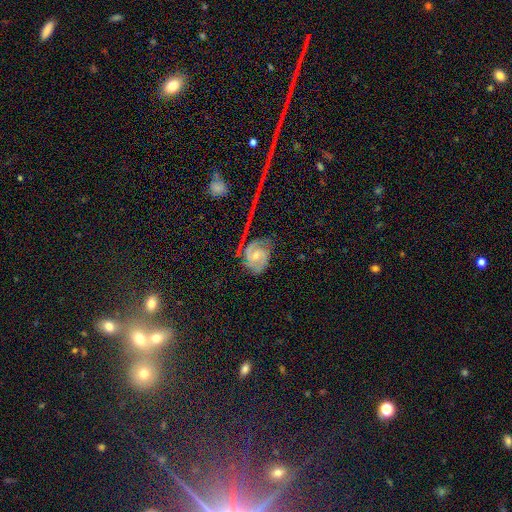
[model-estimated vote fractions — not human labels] This is clearly a featured or disk galaxy (83%). It is clearly not viewed edge-on (98%). Bar: possibly no (50%). Spiral arm pattern: clearly yes (97%). Spiral arm count: possibly 2 (60%). Spiral winding: possibly tight (51%). Central bulge: possibly moderate (48%). Merging: possibly none (59%).